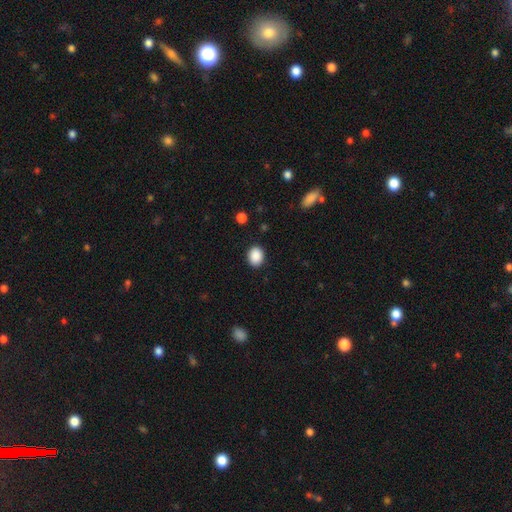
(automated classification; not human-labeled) Smooth or featured? Predicted: smooth (p=0.90). How rounded? Predicted: in between (p=0.53). Merging? Predicted: none (p=0.89).